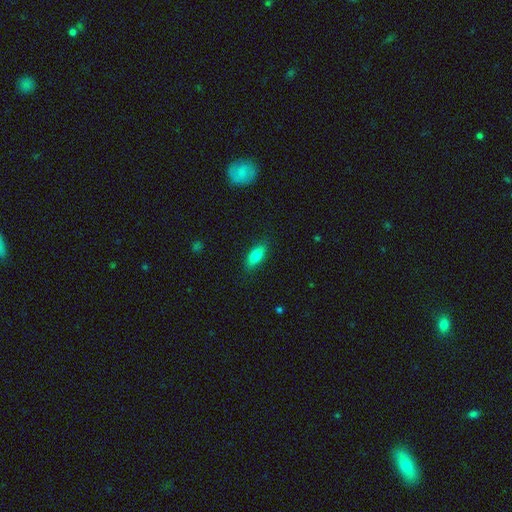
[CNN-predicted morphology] smooth_or_featured: smooth (p=0.81) [alt: featured or disk p=0.12]
how_rounded: in between (p=0.75) [alt: cigar-shaped p=0.22]
merging: none (p=0.85) [alt: minor disturbance p=0.11]